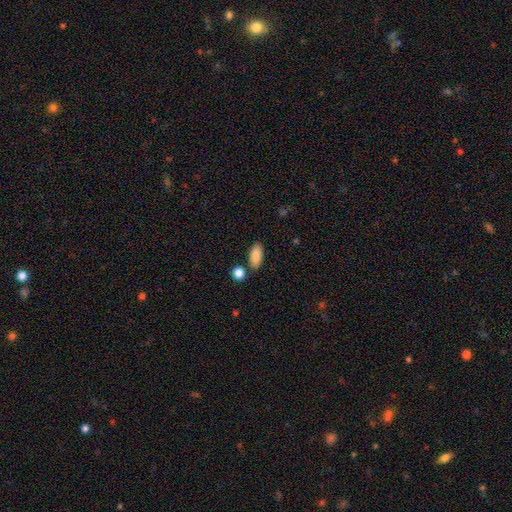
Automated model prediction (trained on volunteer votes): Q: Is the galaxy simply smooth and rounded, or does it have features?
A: smooth — 88%.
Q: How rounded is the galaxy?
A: in between — 87%.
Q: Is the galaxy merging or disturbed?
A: none — 80%.